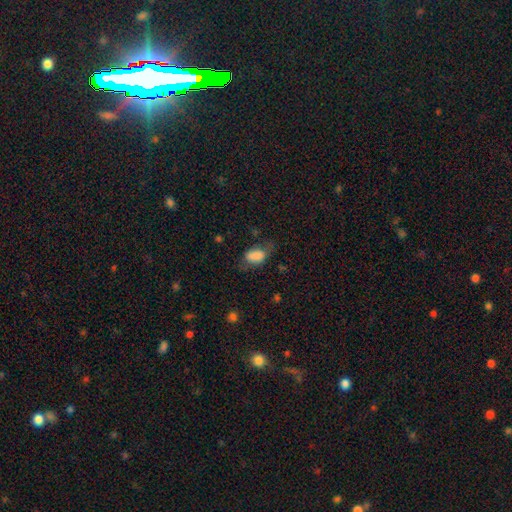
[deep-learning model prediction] Morphology: type=smooth (79%); roundness=in between (89%); merging=none (49%).